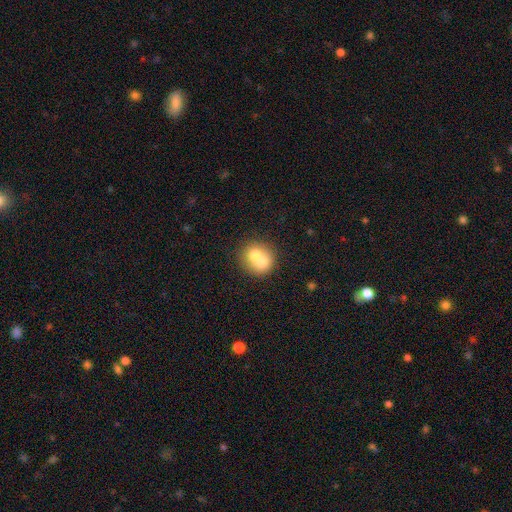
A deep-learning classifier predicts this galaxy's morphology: This is likely a smooth galaxy (66%). How rounded: clearly round (80%). Merging: likely merger (63%).